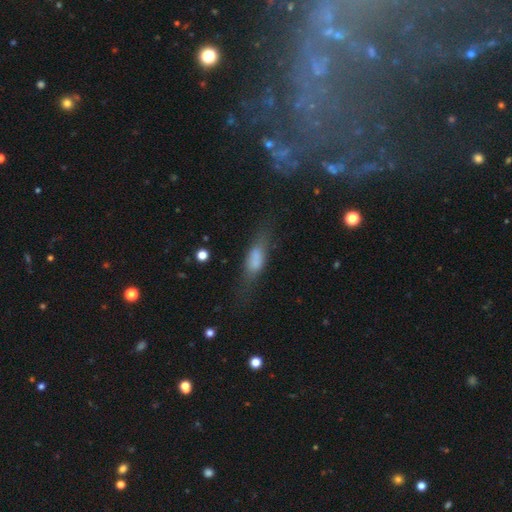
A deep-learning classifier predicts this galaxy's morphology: This is possibly a smooth galaxy (52%). How rounded: possibly cigar-shaped (57%). Merging: likely none (63%).